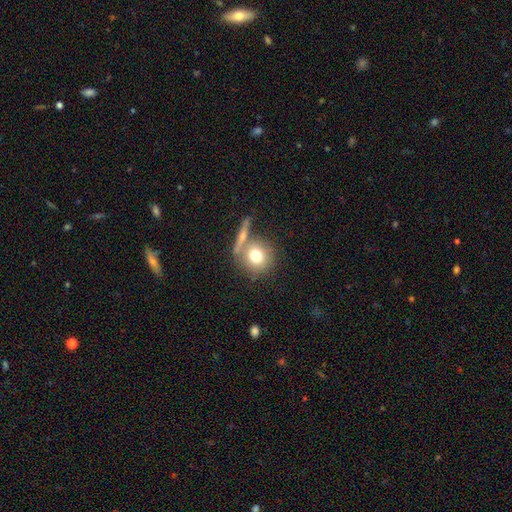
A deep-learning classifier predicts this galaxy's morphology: type=smooth (73%); roundness=round (87%); merging=none (59%).